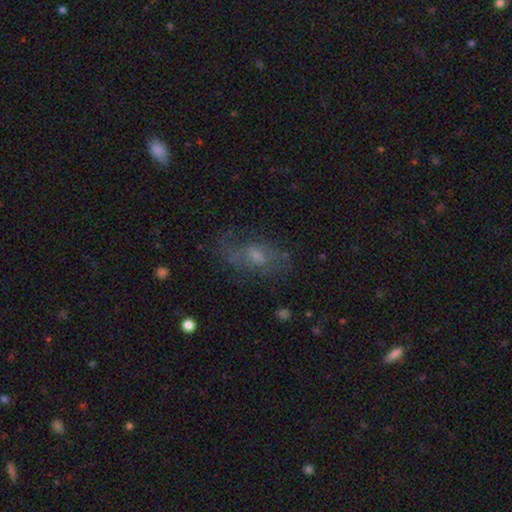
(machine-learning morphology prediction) Smooth or featured? featured or disk (50%)
Merging? none (62%)